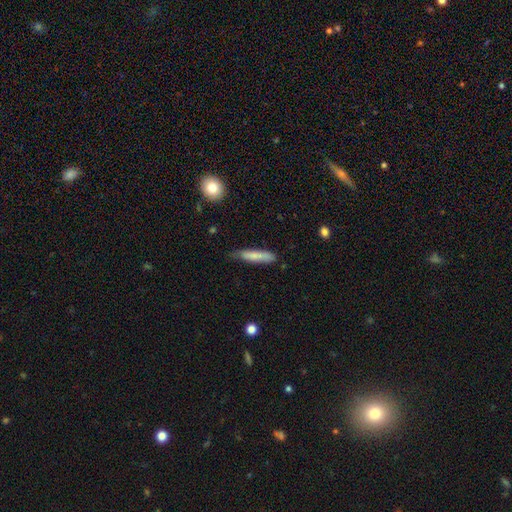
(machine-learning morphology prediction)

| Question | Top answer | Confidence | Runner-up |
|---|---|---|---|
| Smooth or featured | smooth | 78% | featured or disk (17%) |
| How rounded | cigar-shaped | 84% | in between (14%) |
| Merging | none | 67% | minor disturbance (27%) |